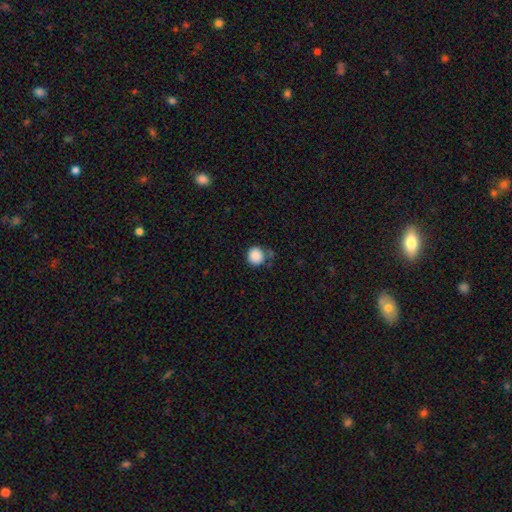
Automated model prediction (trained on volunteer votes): Smooth or featured? smooth (88%)
How rounded? round (92%)
Merging? none (74%)